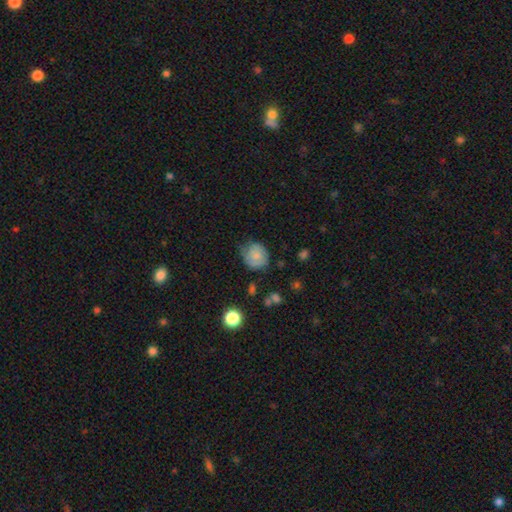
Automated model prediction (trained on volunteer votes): Smooth or featured? Predicted: smooth (p=0.69). How rounded? Predicted: round (p=0.77). Merging? Predicted: none (p=0.54).